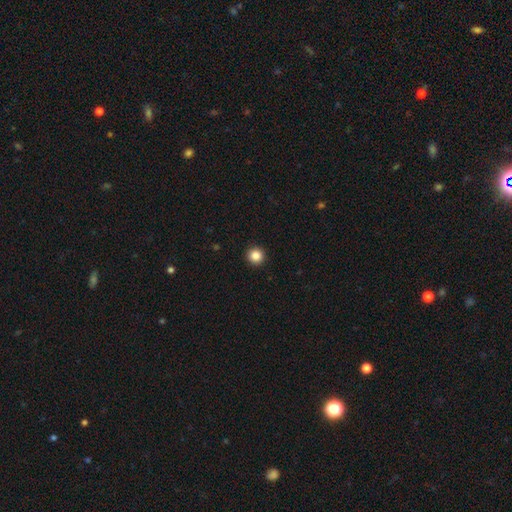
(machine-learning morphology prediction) A smooth galaxy with no disk features (86%) that is round (96%).

Vote fractions:
- Smooth or featured? smooth: 86% / star or artifact: 11% / featured or disk: 4%
- How rounded? round: 96% / in between: 3% / cigar-shaped: 1%
- Merging? none: 94% / minor disturbance: 4% / major disturbance: 1% / merger: 1%